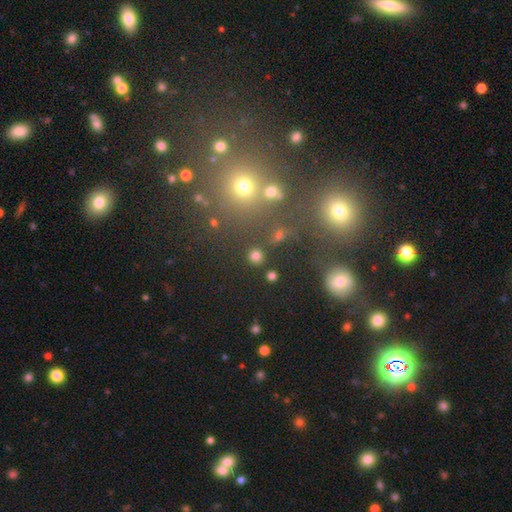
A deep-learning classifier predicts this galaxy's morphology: smooth_or_featured: smooth (p=0.78) [alt: star or artifact p=0.17]
how_rounded: round (p=0.93) [alt: in between p=0.06]
merging: none (p=0.87) [alt: minor disturbance p=0.06]